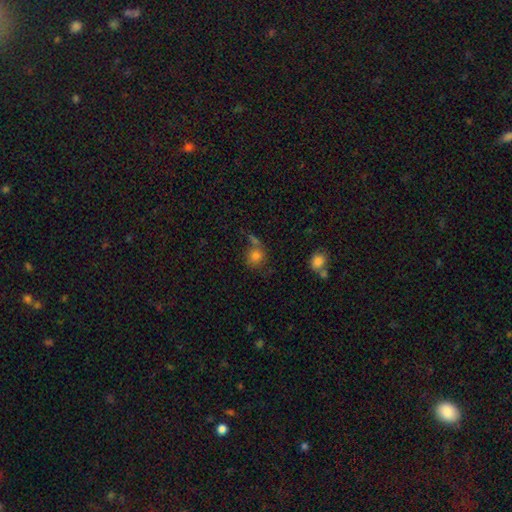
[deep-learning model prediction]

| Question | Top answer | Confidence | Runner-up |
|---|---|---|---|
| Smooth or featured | smooth | 79% | star or artifact (11%) |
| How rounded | round | 81% | in between (18%) |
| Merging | none | 53% | merger (23%) |